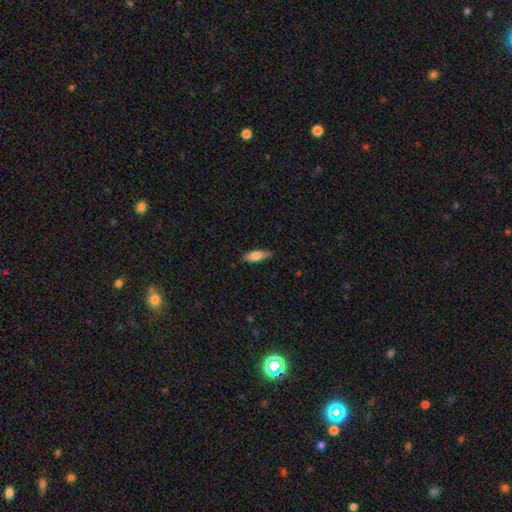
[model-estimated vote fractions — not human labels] Smooth or featured? smooth (77%)
How rounded? in between (65%)
Merging? none (79%)